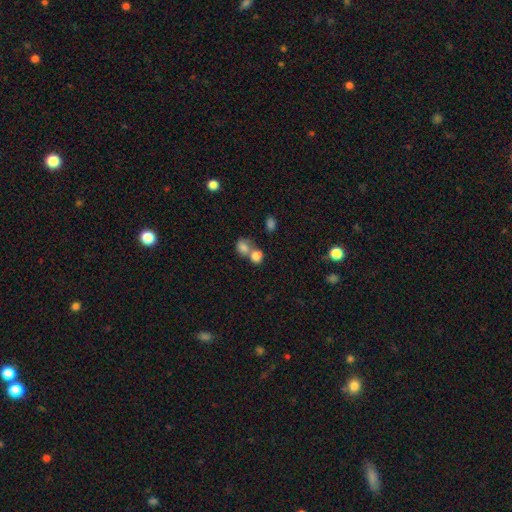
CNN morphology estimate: Smooth or featured?
  - smooth: 80% *
  - star or artifact: 10%
  - featured or disk: 10%
How rounded?
  - round: 53% *
  - in between: 46%
  - cigar-shaped: 1%
Merging?
  - merger: 65% *
  - none: 24%
  - minor disturbance: 6%
  - major disturbance: 4%